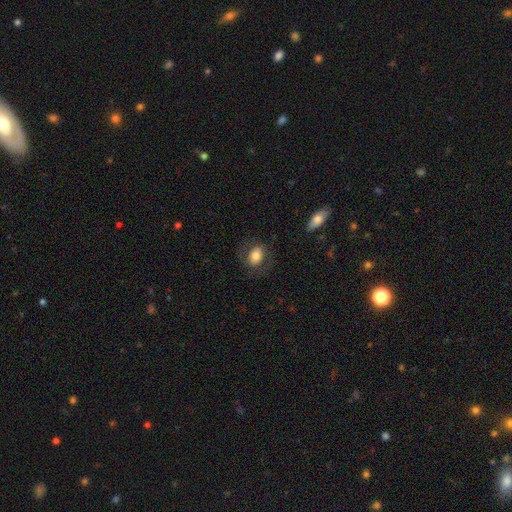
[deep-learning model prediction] This appears to be a smooth galaxy with no disk features (72%) that is in between round and cigar-shaped (69%). Merging: none (76%).